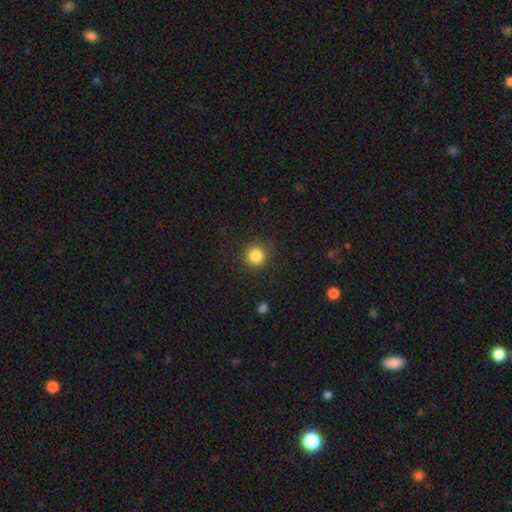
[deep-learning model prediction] A smooth galaxy with no disk features (85%) that is round (93%).

Vote fractions:
- Smooth or featured? smooth: 85% / star or artifact: 11% / featured or disk: 5%
- How rounded? round: 93% / in between: 6% / cigar-shaped: 1%
- Merging? none: 89% / minor disturbance: 7% / major disturbance: 3% / merger: 1%